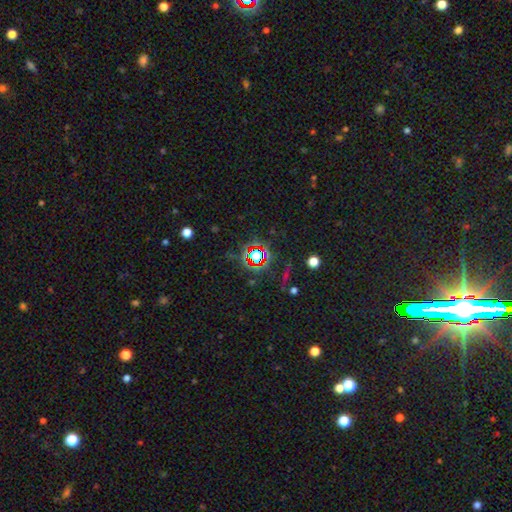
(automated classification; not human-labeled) Overall: star or artifact (69%).